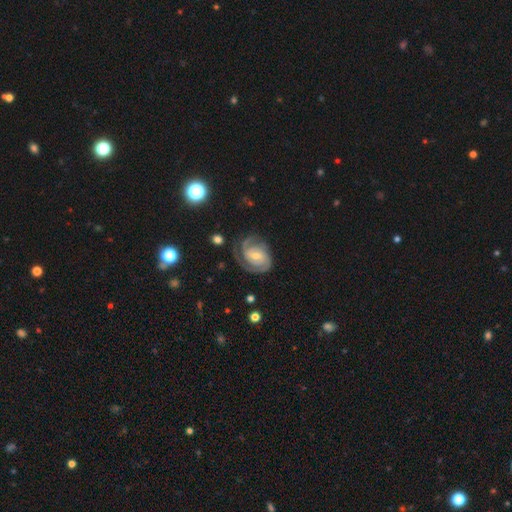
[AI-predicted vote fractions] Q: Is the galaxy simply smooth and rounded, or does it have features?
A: featured or disk — 89%.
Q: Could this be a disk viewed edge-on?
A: no — 98%.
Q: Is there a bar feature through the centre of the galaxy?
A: weak — 46%.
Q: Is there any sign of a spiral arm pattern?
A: yes — 98%.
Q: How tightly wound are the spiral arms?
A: tight — 68%.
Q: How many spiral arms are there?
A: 2 — 54%.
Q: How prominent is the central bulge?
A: small — 56%.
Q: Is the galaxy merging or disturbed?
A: none — 74%.